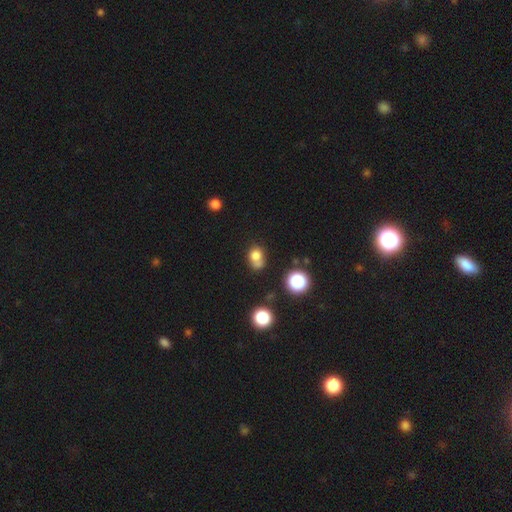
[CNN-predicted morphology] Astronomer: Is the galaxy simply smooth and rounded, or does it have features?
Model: smooth — 75%.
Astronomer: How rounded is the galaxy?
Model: round — 59% (runner-up: in between, 40%).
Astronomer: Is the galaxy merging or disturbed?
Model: none — 42% (runner-up: merger, 29%).